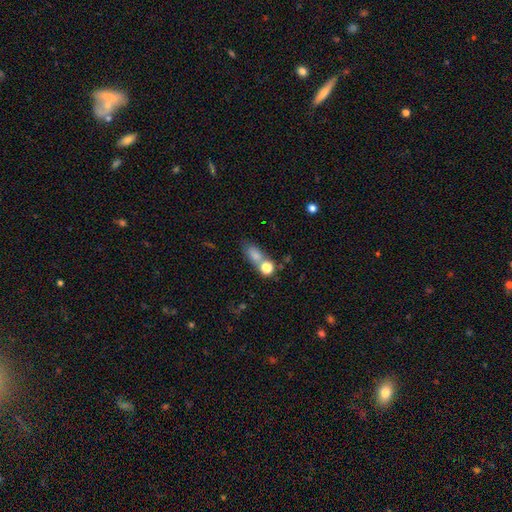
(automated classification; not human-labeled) A smooth galaxy with no disk features (75%) that is in between round and cigar-shaped (61%). Merging: none (43%).